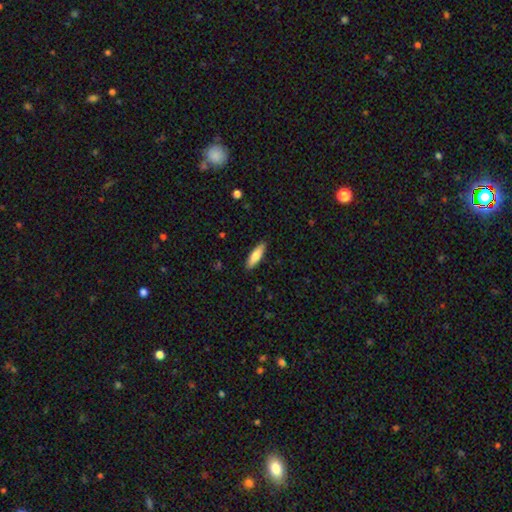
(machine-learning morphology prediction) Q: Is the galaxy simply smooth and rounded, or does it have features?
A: smooth — 79%.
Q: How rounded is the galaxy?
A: cigar-shaped — 56%.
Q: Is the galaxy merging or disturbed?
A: none — 89%.